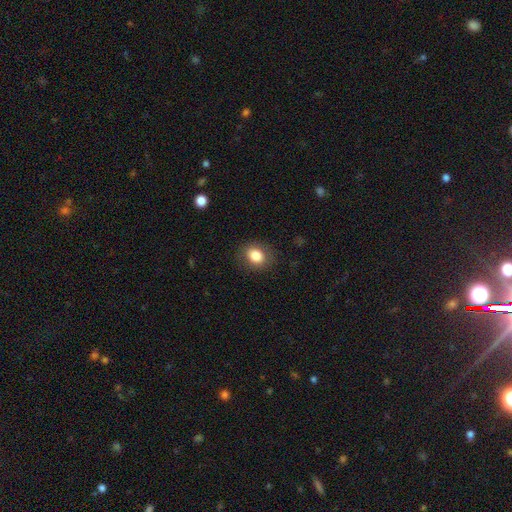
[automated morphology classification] A smooth galaxy with no disk features (83%) that is round (54%).

Vote fractions:
- Smooth or featured? smooth: 83% / star or artifact: 9% / featured or disk: 8%
- How rounded? round: 54% / in between: 45% / cigar-shaped: 1%
- Merging? none: 84% / minor disturbance: 11% / major disturbance: 4% / merger: 1%